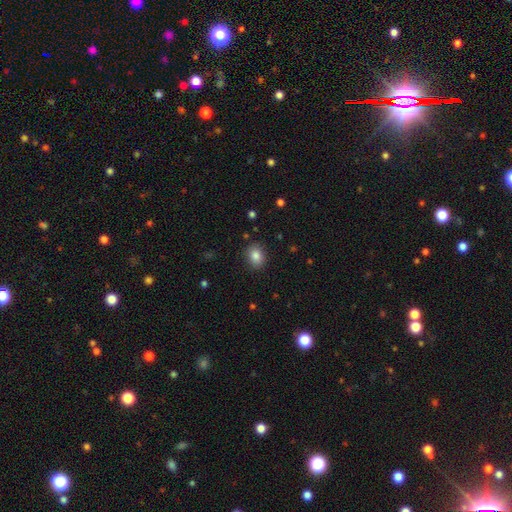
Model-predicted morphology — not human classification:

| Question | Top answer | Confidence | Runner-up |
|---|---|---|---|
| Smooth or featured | smooth | 85% | star or artifact (10%) |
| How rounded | in between | 53% | round (46%) |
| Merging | none | 86% | minor disturbance (10%) |